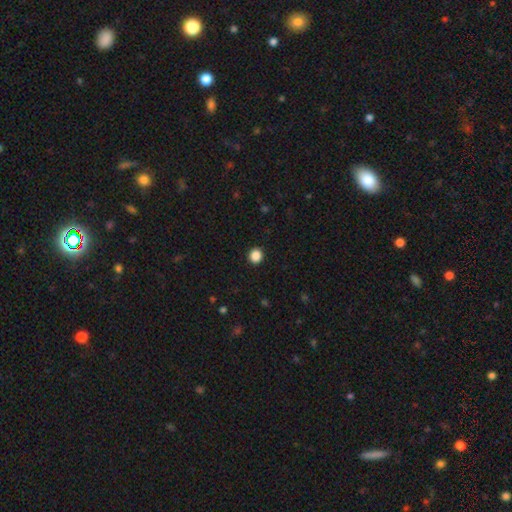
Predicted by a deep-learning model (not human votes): Morphology: type=smooth (87%); roundness=round (85%); merging=none (93%).